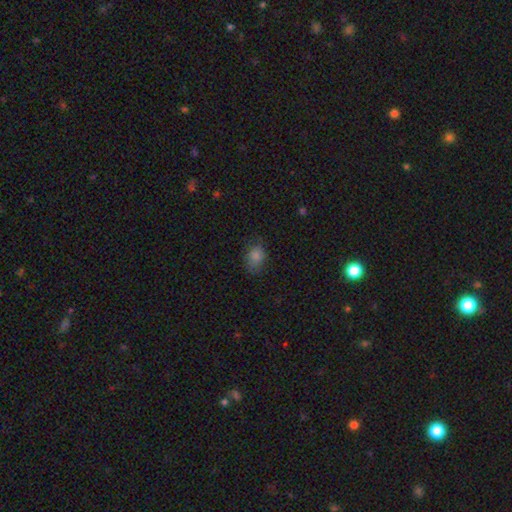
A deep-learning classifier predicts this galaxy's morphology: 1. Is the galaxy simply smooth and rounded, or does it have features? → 80% smooth, 13% star or artifact, 7% featured or disk.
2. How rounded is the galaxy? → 62% in between, 36% round, 1% cigar-shaped.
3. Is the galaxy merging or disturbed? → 70% none, 23% minor disturbance, 6% major disturbance, 1% merger.